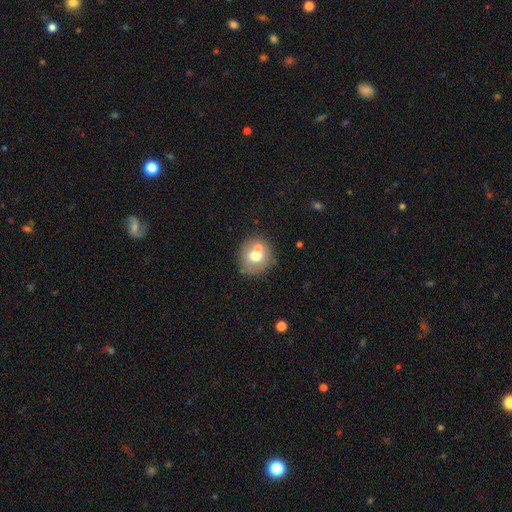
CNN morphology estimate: This is likely a smooth galaxy (66%). How rounded: clearly round (84%). Merging: likely none (62%).